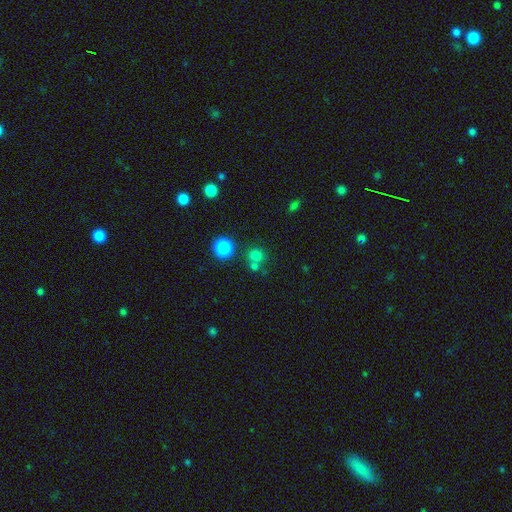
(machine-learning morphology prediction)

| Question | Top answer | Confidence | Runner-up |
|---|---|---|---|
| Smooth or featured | smooth | 73% | star or artifact (20%) |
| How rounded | round | 85% | in between (14%) |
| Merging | none | 61% | merger (27%) |